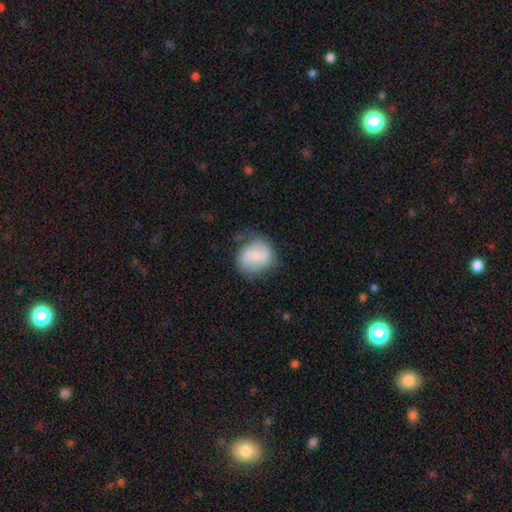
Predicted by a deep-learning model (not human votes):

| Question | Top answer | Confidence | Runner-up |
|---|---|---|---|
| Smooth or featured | smooth | 48% | featured or disk (45%) |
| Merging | none | 65% | minor disturbance (24%) |